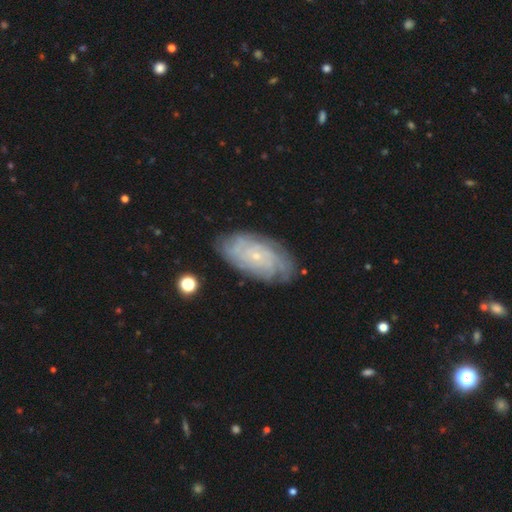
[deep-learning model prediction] Smooth or featured?
  - featured or disk: 74% *
  - smooth: 19%
  - star or artifact: 7%
Edge-on disk?
  - no: 94% *
  - yes: 6%
Bar?
  - no: 82% *
  - weak: 15%
  - strong: 3%
Spiral arms?
  - yes: 91% *
  - no: 9%
Spiral winding?
  - tight: 76% *
  - medium: 18%
  - loose: 5%
Spiral arm count?
  - can't tell: 49% *
  - 4: 16%
  - more than 4: 12%
  - 2: 9%
  - 3: 9%
  - 1: 6%
Bulge size?
  - small: 87% *
  - moderate: 9%
  - none: 2%
  - large: 1%
  - dominant: 1%
Merging?
  - none: 80% *
  - minor disturbance: 15%
  - major disturbance: 4%
  - merger: 1%